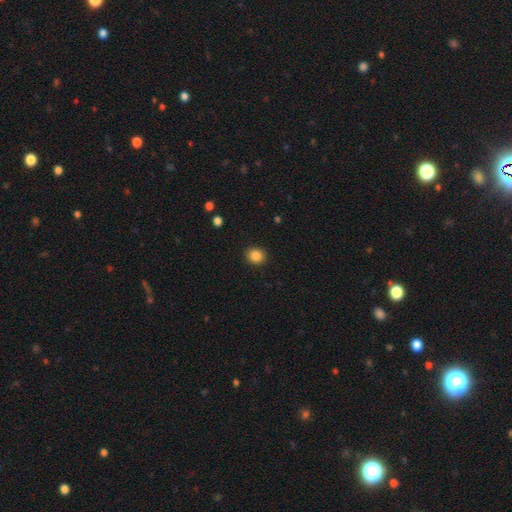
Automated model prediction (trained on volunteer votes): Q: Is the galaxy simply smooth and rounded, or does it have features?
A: smooth — 87%.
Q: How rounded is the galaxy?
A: round — 78%.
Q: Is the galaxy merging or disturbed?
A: none — 91%.